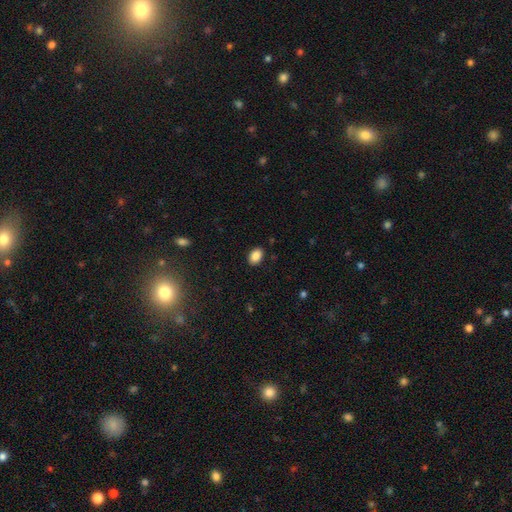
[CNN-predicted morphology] smooth-or-featured: smooth: 88% | star or artifact: 8% | featured or disk: 4%
  how-rounded: in between: 85% | round: 14% | cigar-shaped: 1%
  merging: none: 89% | minor disturbance: 8% | major disturbance: 2% | merger: 1%